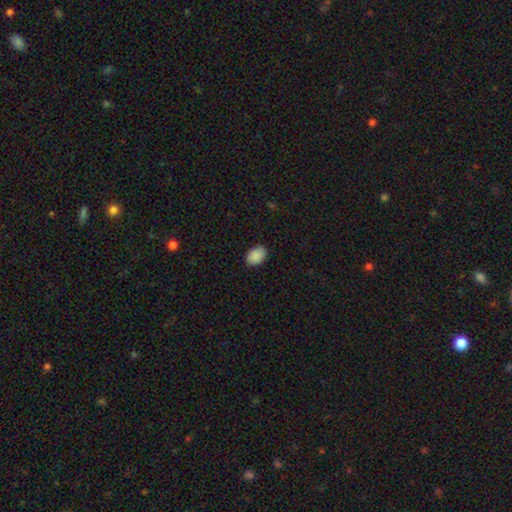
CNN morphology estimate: This is clearly a smooth galaxy (89%). How rounded: clearly in between (82%). Merging: clearly none (86%).